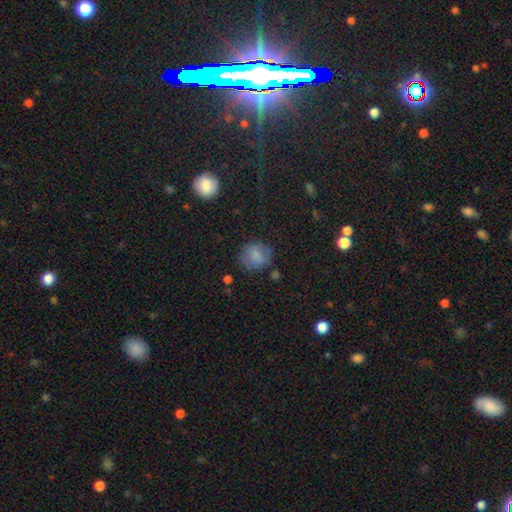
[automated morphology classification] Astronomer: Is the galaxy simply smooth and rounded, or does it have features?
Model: smooth — 77%.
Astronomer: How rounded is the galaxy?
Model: round — 74%.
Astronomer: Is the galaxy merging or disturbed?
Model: none — 69%.